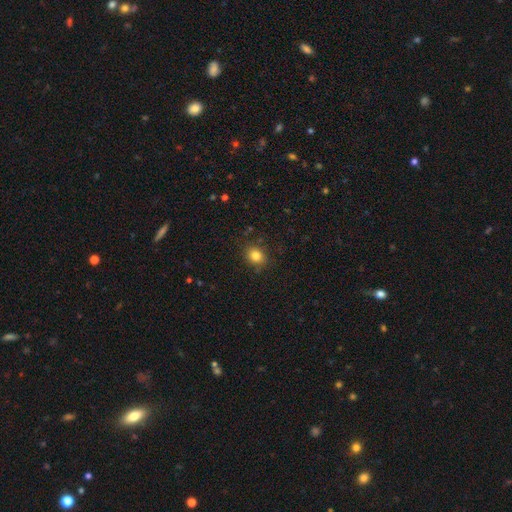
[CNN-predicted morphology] This appears to be a smooth galaxy with no disk features (82%) that is round (61%). Merging: none (85%).